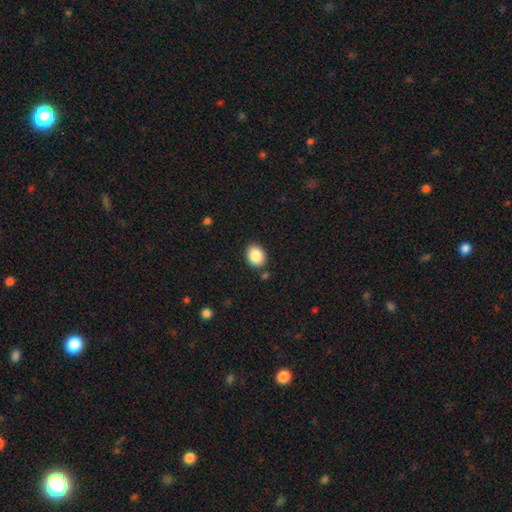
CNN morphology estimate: This appears to be a smooth galaxy with no disk features (87%) that is in between round and cigar-shaped (54%). Merging: none (87%).